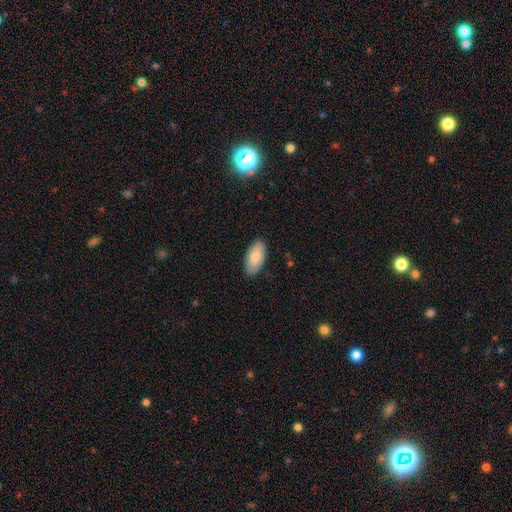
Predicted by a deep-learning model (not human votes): Smooth or featured? Predicted: smooth (p=0.78). How rounded? Predicted: in between (p=0.94). Merging? Predicted: none (p=0.86).